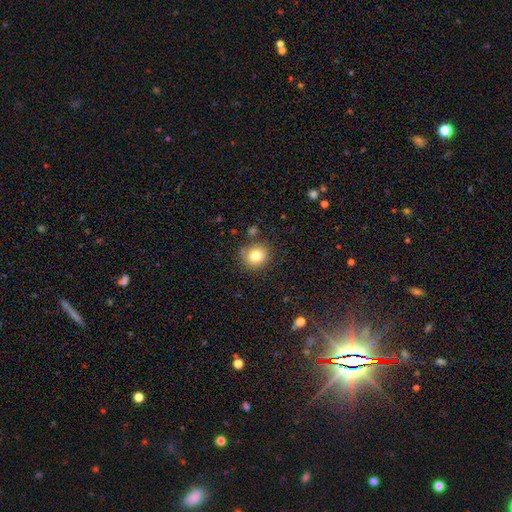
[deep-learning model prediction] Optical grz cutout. It shows a smooth galaxy with no disk features (80%) that is round (85%). Merging: none (82%).